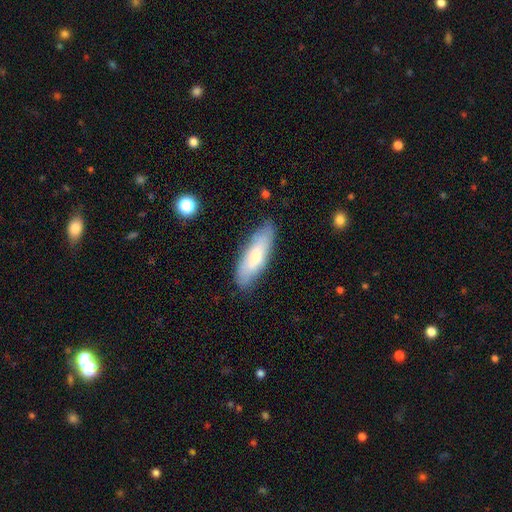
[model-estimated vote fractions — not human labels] Overall: smooth (68%). How rounded: in between (56%; cigar-shaped 42%). Merging: none (81%).